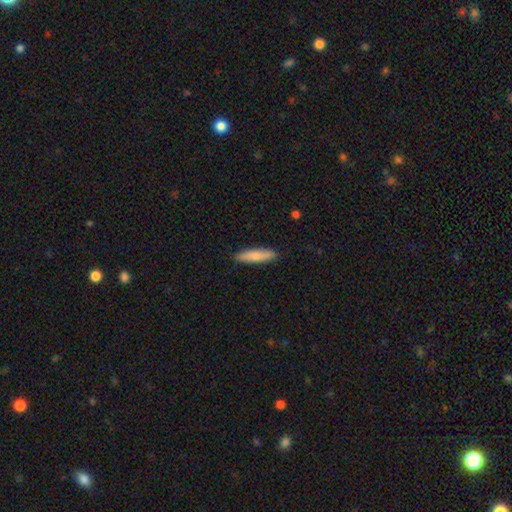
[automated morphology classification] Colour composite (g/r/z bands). It shows a smooth galaxy with no disk features (79%) that is cigar-shaped (76%). Merging: none (89%).